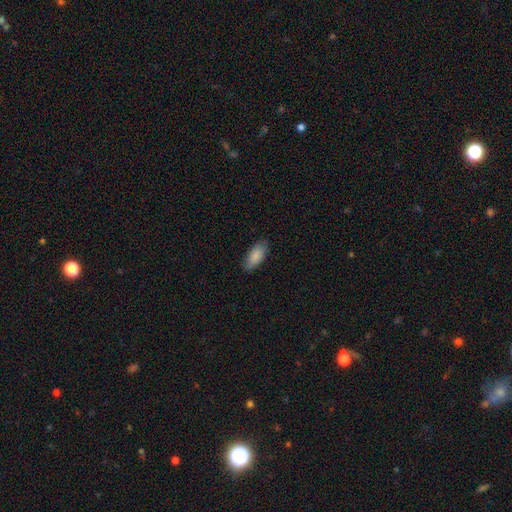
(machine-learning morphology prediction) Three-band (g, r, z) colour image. It shows a smooth galaxy with no disk features (87%) that is in between round and cigar-shaped (87%). Merging: none (84%).